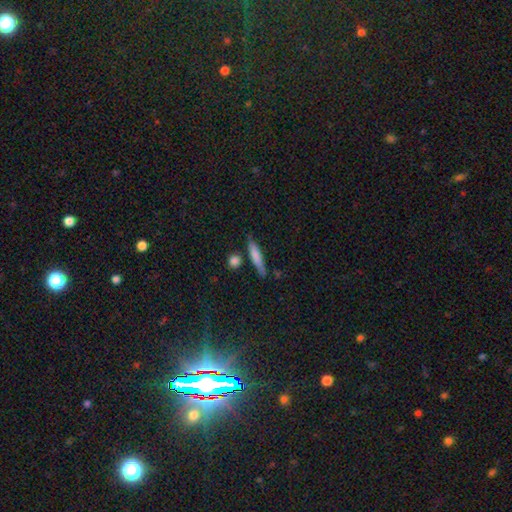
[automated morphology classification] The model was most divided on "smooth or featured": smooth: 71%, featured or disk: 22%, star or artifact: 7%. More confident: how rounded — cigar-shaped (88%); merging — none (75%).